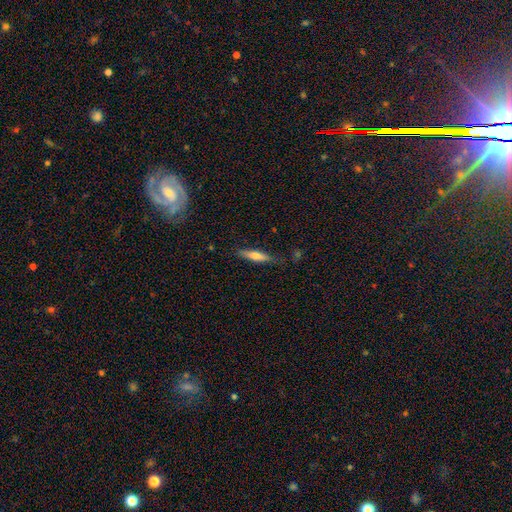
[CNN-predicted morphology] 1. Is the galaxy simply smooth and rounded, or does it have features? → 62% smooth, 32% featured or disk, 6% star or artifact.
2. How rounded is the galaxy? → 77% cigar-shaped, 21% in between, 2% round.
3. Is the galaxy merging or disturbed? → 81% none, 14% minor disturbance, 3% major disturbance, 2% merger.